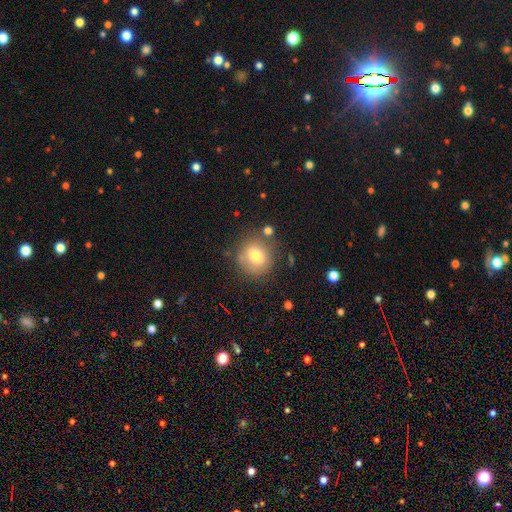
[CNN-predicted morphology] type=smooth (71%); roundness=round (81%); merging=none (74%).